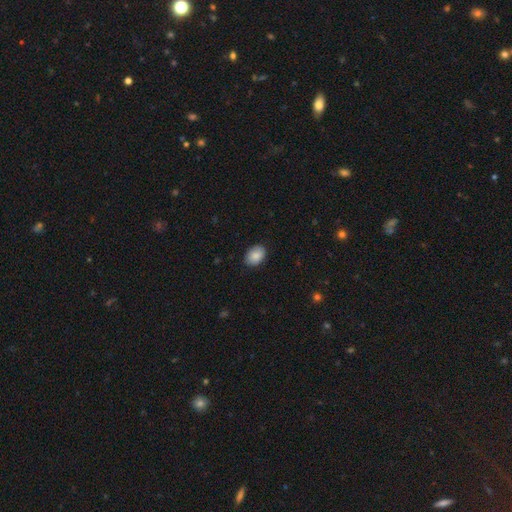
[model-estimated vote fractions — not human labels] Smooth or featured: smooth — 87% (star or artifact — 7%)
How rounded: in between — 81% (round — 18%)
Merging: none — 87% (minor disturbance — 11%)